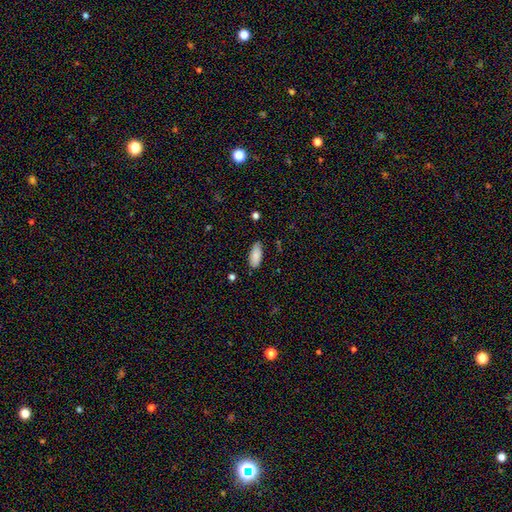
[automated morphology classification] smooth_or_featured: smooth (p=0.87) [alt: featured or disk p=0.07]
how_rounded: in between (p=0.89) [alt: cigar-shaped p=0.10]
merging: none (p=0.82) [alt: minor disturbance p=0.14]